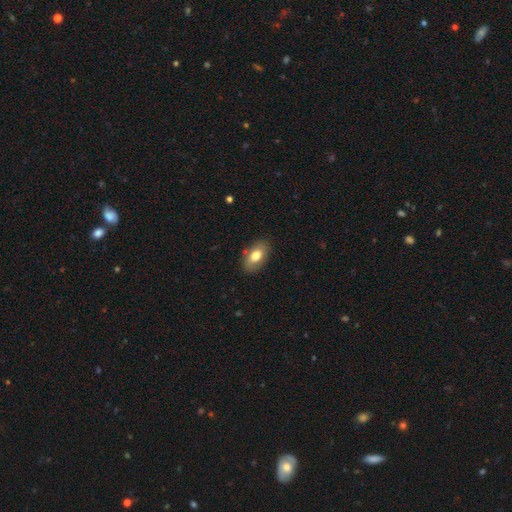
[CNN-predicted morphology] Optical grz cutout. It shows a smooth galaxy with no disk features (76%) that is in between round and cigar-shaped (92%). Merging: none (84%).